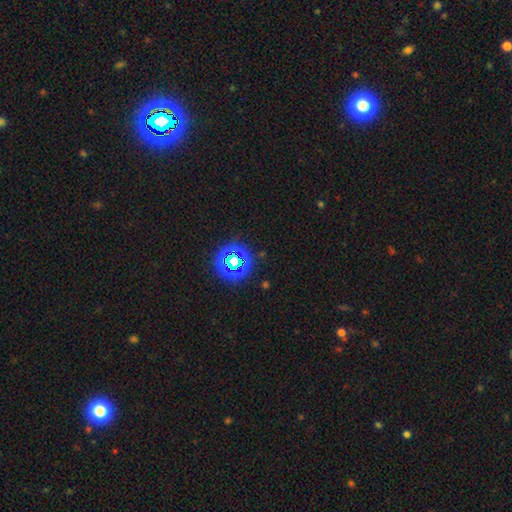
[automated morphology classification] smooth-or-featured: star or artifact: 66% | smooth: 27% | featured or disk: 7%